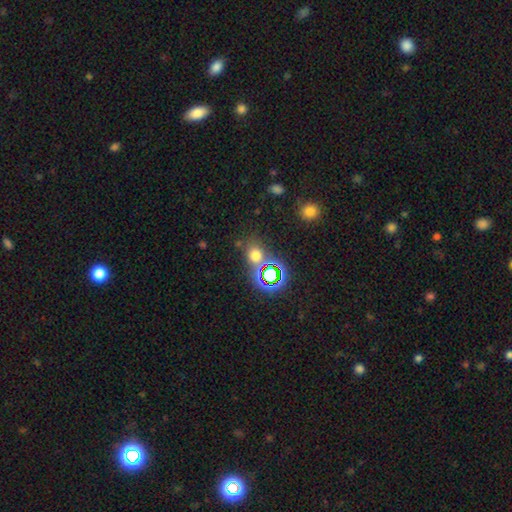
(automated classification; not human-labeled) Smooth or featured: smooth — 57% (star or artifact — 35%)
How rounded: round — 70% (in between — 28%)
Merging: none — 71% (merger — 13%)